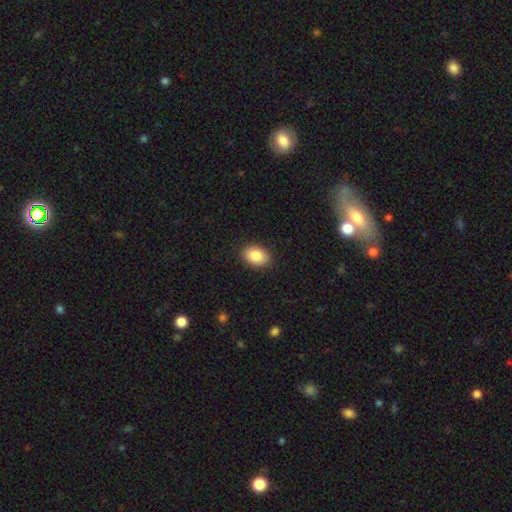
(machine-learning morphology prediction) smooth_or_featured: smooth (p=0.88) [alt: star or artifact p=0.07]
how_rounded: in between (p=0.82) [alt: round p=0.17]
merging: none (p=0.89) [alt: minor disturbance p=0.08]